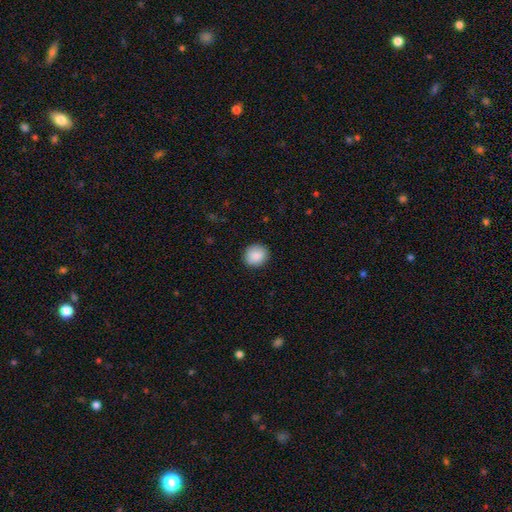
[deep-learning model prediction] This appears to be a smooth galaxy with no disk features (89%) that is round (82%). Merging: none (88%).